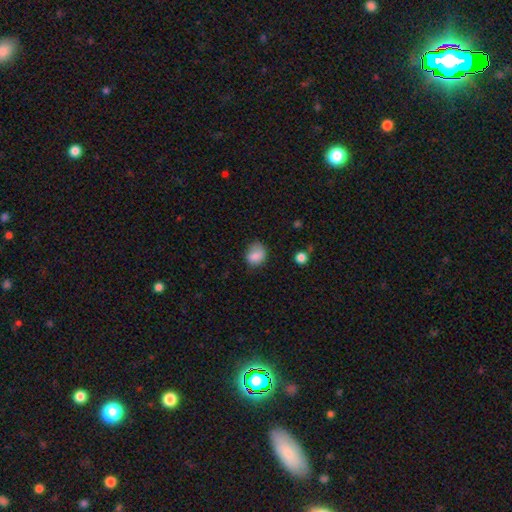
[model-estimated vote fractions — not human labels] smooth-or-featured: smooth: 83% | star or artifact: 9% | featured or disk: 8%
  how-rounded: round: 56% | in between: 43% | cigar-shaped: 1%
  merging: none: 61% | minor disturbance: 28% | major disturbance: 9% | merger: 2%